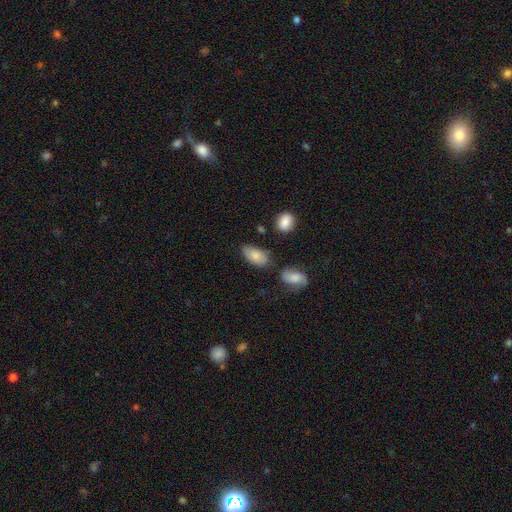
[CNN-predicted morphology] Q: Smooth or featured?
A: smooth (81%); runner-up: featured or disk (12%)
Q: How rounded?
A: in between (93%); runner-up: round (4%)
Q: Merging?
A: none (67%); runner-up: minor disturbance (22%)